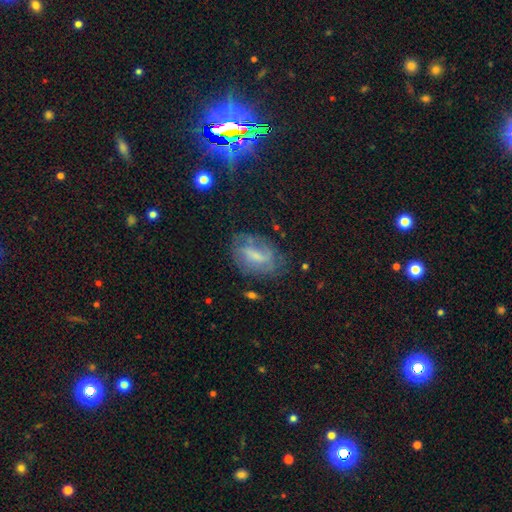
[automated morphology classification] Smooth or featured?
  - featured or disk: 56% *
  - smooth: 32%
  - star or artifact: 12%
Edge-on disk?
  - no: 94% *
  - yes: 6%
Bar?
  - weak: 48% *
  - no: 30%
  - strong: 23%
Spiral arms?
  - yes: 65% *
  - no: 35%
Bulge size?
  - small: 42% *
  - moderate: 30%
  - none: 23%
  - large: 4%
  - dominant: 1%
Merging?
  - none: 60% *
  - minor disturbance: 23%
  - major disturbance: 14%
  - merger: 3%